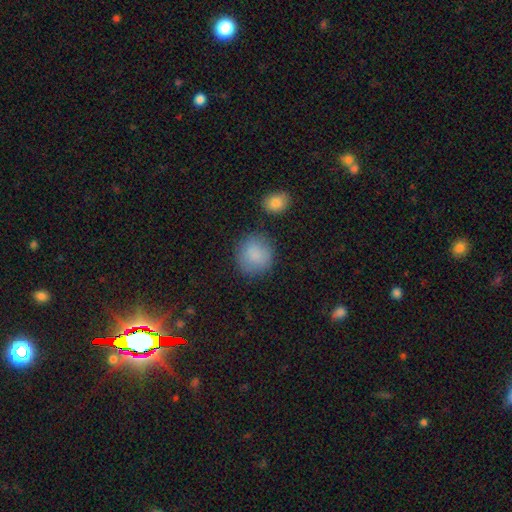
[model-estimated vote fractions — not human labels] Smooth or featured: smooth — 87% (star or artifact — 8%)
How rounded: round — 87% (in between — 12%)
Merging: none — 80% (minor disturbance — 13%)